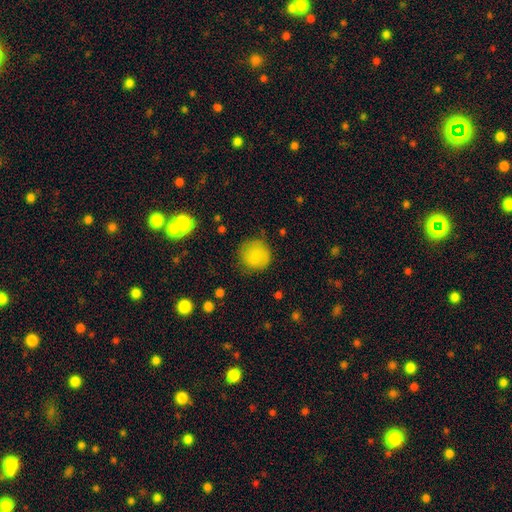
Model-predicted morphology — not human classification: This appears to be a smooth galaxy with no disk features (80%) that is round (91%). Merging: none (76%).